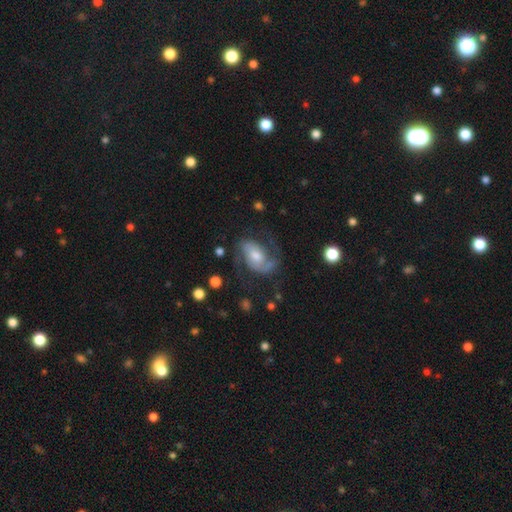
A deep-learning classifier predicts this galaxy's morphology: Smooth or featured? featured or disk (79%)
Edge-on disk? no (97%)
Bar? no (50%)
Spiral arms? yes (93%)
Spiral winding? medium (50%)
Spiral arm count? 2 (81%)
Bulge size? moderate (56%)
Merging? none (63%)